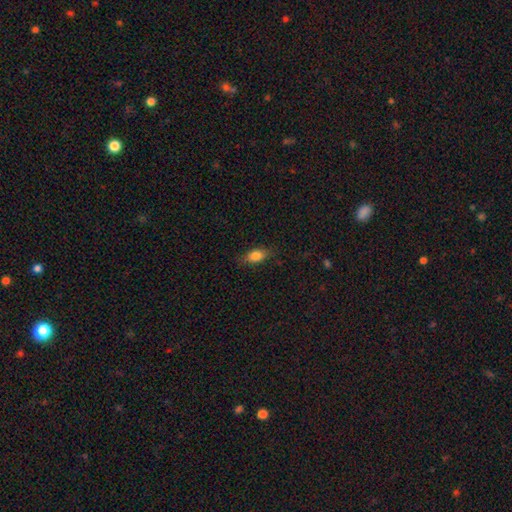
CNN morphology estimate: Smooth or featured?
  - smooth: 81% *
  - featured or disk: 10%
  - star or artifact: 9%
How rounded?
  - in between: 83% *
  - cigar-shaped: 12%
  - round: 6%
Merging?
  - none: 80% *
  - minor disturbance: 15%
  - major disturbance: 4%
  - merger: 1%